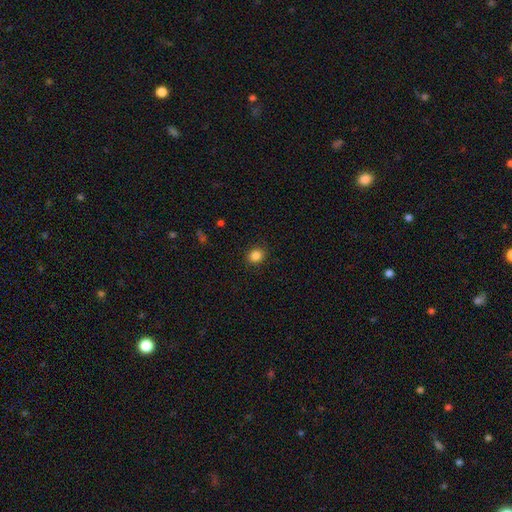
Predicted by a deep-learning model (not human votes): A smooth galaxy with no disk features (86%) that is round (71%).

Vote fractions:
- Smooth or featured? smooth: 86% / star or artifact: 11% / featured or disk: 3%
- How rounded? round: 71% / in between: 28% / cigar-shaped: 1%
- Merging? none: 89% / minor disturbance: 7% / major disturbance: 2% / merger: 1%